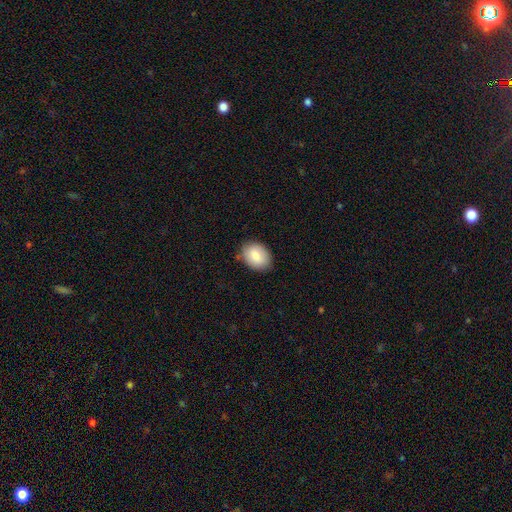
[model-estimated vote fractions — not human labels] smooth 81%, featured or disk 12%, star or artifact 7%. Down the decision tree: how rounded — in between (67%); merging — none (83%).